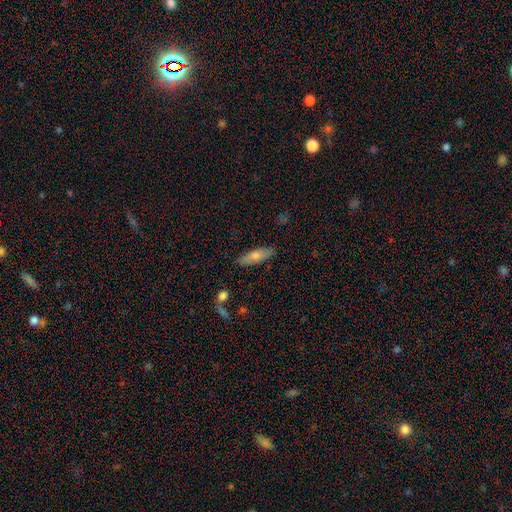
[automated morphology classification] Overall: smooth (73%). How rounded: in between (56%; cigar-shaped 42%). Merging: none (84%).